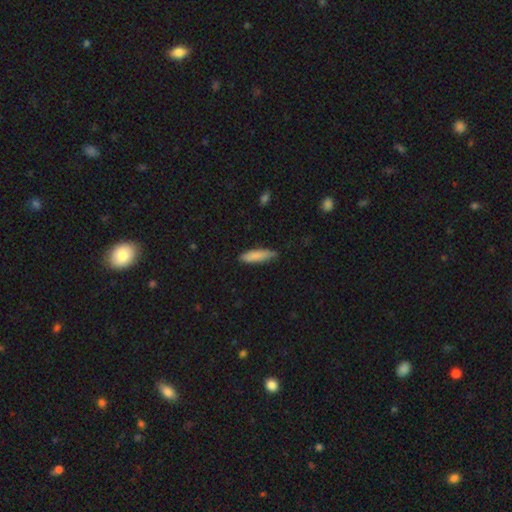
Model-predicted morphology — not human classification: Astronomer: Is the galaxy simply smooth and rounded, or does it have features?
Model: smooth — 85%.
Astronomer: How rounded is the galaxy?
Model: cigar-shaped — 68%.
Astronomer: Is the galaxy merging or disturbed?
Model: none — 76%.